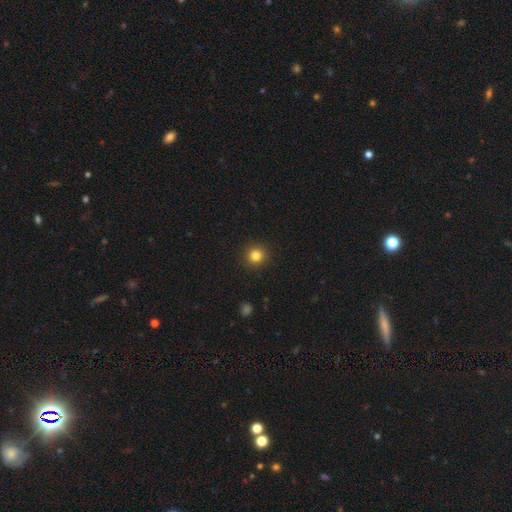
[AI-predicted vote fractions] This appears to be a smooth galaxy with no disk features (83%) that is round (95%). Merging: none (92%).